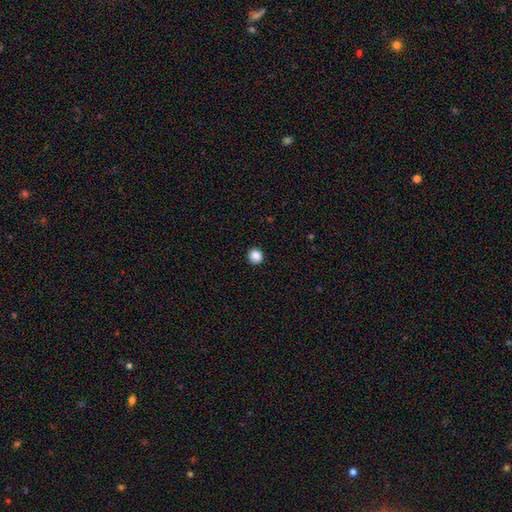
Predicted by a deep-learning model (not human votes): Smooth or featured?
  - smooth: 88% *
  - star or artifact: 10%
  - featured or disk: 3%
How rounded?
  - round: 93% *
  - in between: 7%
  - cigar-shaped: 1%
Merging?
  - none: 92% *
  - minor disturbance: 5%
  - major disturbance: 2%
  - merger: 1%